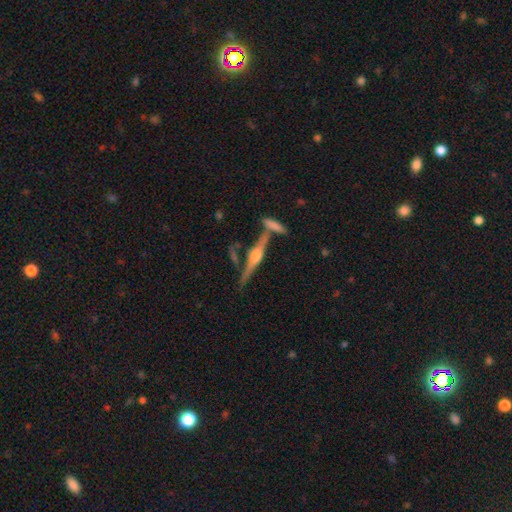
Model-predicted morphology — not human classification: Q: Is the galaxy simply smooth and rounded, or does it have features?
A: featured or disk — 82%.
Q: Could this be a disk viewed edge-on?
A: yes — 97%.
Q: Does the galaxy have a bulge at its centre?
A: rounded — 88%.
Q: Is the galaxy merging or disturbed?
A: none — 75%.